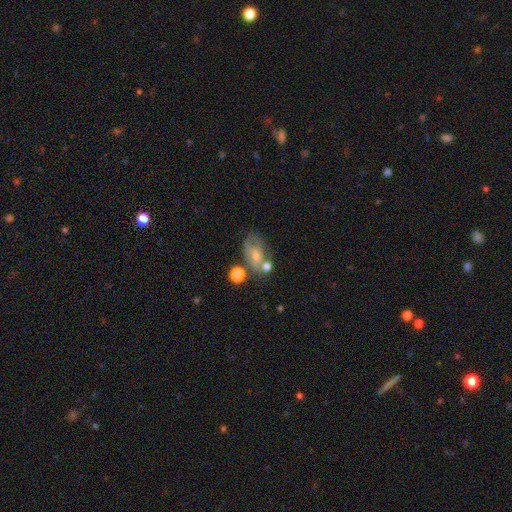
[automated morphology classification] The model was most divided on "smooth or featured": featured or disk: 46%, smooth: 40%, star or artifact: 14%. Remaining: merging — none (43%).